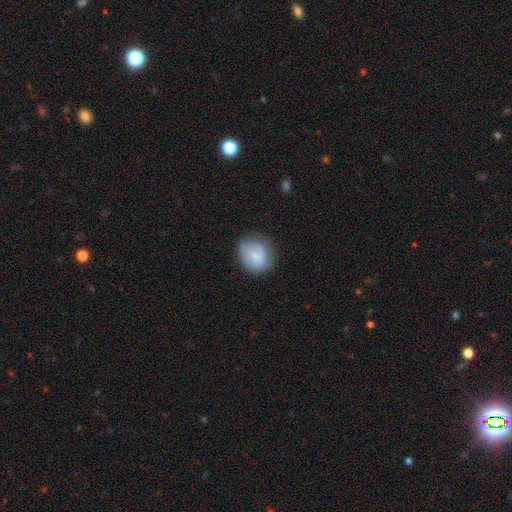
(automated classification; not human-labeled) smooth_or_featured: smooth (p=0.74) [alt: featured or disk p=0.19]
how_rounded: round (p=0.72) [alt: in between p=0.27]
merging: none (p=0.71) [alt: minor disturbance p=0.21]